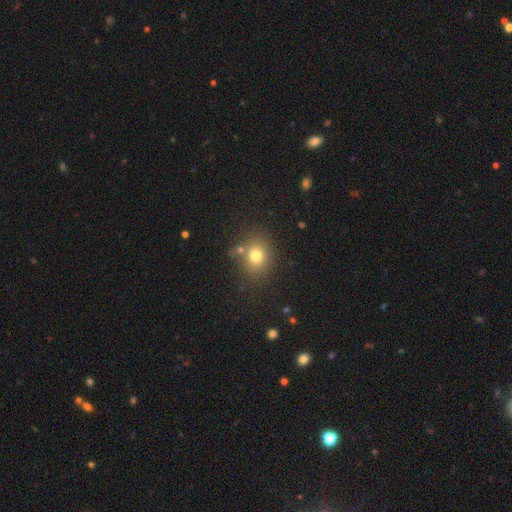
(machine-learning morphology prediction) Q: Smooth or featured?
A: smooth (76%); runner-up: star or artifact (14%)
Q: How rounded?
A: round (63%); runner-up: in between (36%)
Q: Merging?
A: none (74%); runner-up: minor disturbance (12%)